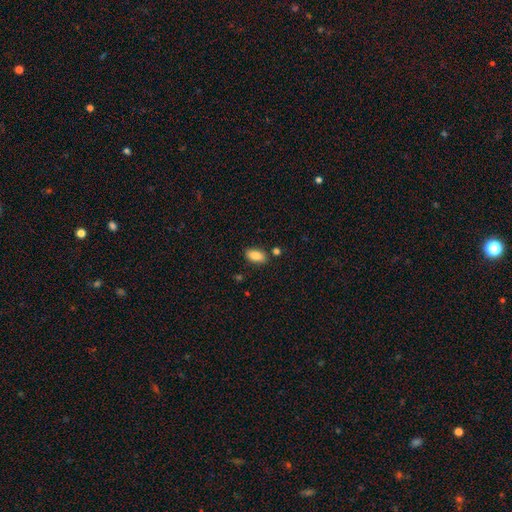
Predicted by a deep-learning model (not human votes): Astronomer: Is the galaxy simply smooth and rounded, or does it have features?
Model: smooth — 88%.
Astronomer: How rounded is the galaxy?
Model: in between — 92%.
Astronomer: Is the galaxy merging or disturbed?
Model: none — 82%.